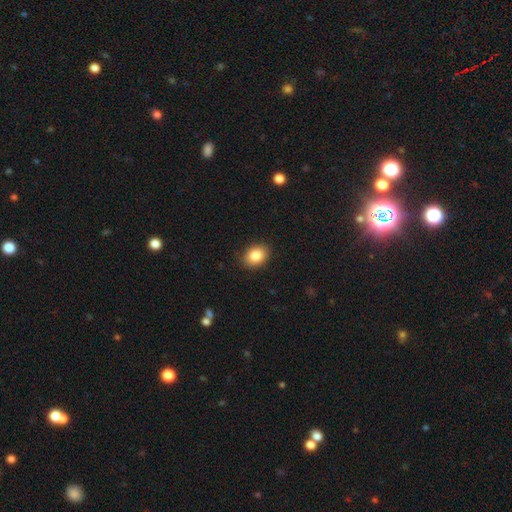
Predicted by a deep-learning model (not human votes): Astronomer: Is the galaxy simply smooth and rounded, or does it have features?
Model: smooth — 85%.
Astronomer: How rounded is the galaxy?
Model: in between — 65%.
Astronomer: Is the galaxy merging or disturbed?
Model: none — 89%.